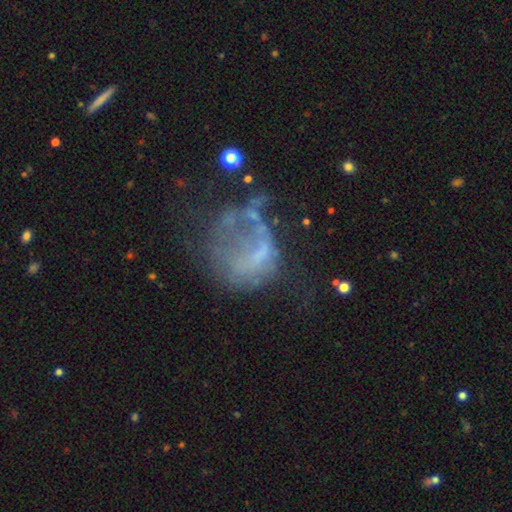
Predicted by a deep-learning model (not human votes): This appears to be a featured or disk galaxy (53%) with no bar (80%), no spiral arms (87%) and no central bulge (68%). Merging: major disturbance (45%).